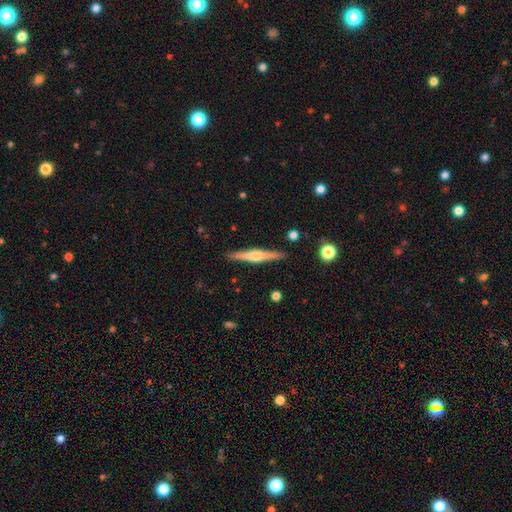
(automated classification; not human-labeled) The model was most divided on "smooth or featured": featured or disk: 71%, smooth: 24%, star or artifact: 6%. More confident: edge-on disk — yes (98%); merging — none (91%); edge-on bulge — rounded (86%).